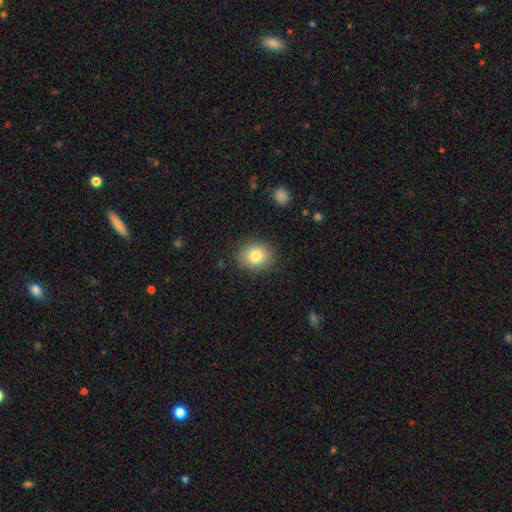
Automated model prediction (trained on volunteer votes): Smooth or featured? Predicted: smooth (p=0.81). How rounded? Predicted: round (p=0.67). Merging? Predicted: none (p=0.87).